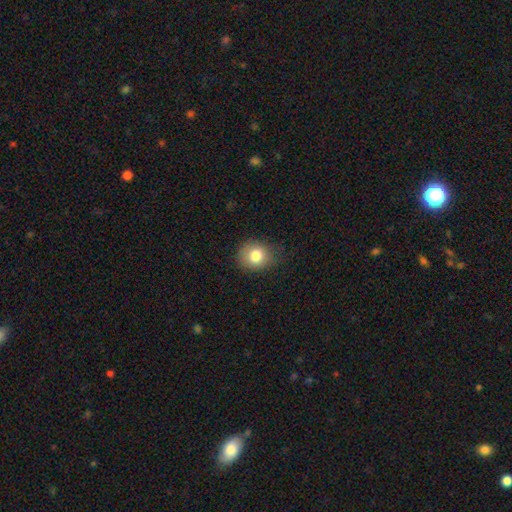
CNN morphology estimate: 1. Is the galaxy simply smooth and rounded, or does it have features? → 82% smooth, 10% star or artifact, 9% featured or disk.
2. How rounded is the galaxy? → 70% round, 29% in between, 1% cigar-shaped.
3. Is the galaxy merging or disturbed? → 72% none, 21% minor disturbance, 6% major disturbance, 1% merger.